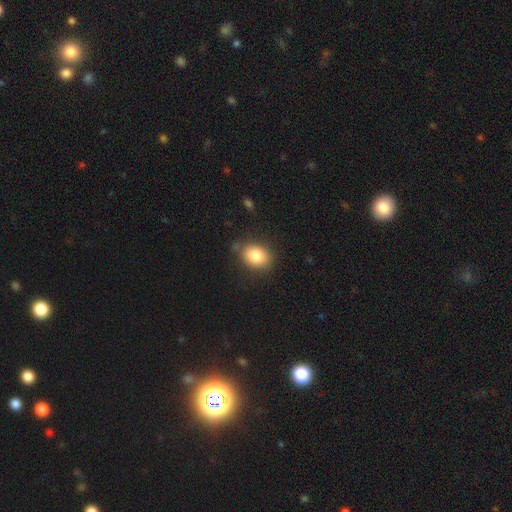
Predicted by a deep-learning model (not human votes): smooth-or-featured: smooth: 85% | star or artifact: 8% | featured or disk: 7%
  how-rounded: in between: 60% | round: 39% | cigar-shaped: 1%
  merging: none: 79% | minor disturbance: 15% | major disturbance: 4% | merger: 3%